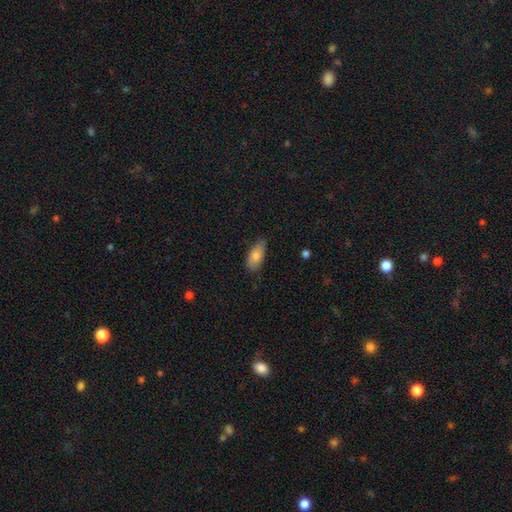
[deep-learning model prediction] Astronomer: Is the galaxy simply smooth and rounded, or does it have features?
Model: smooth — 82%.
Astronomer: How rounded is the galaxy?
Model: in between — 86%.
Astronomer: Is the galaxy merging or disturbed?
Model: none — 75%.